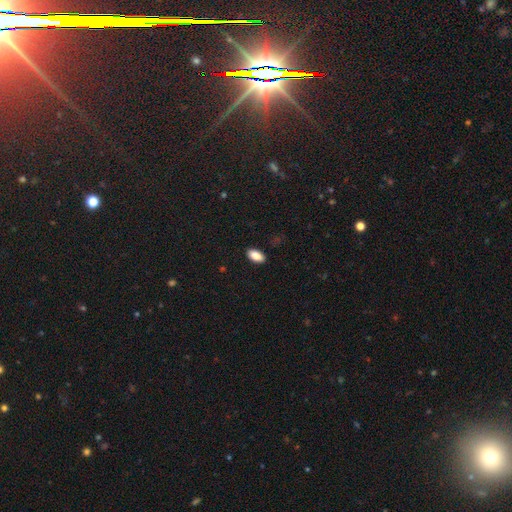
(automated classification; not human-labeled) Smooth or featured? smooth (88%)
How rounded? in between (92%)
Merging? none (89%)